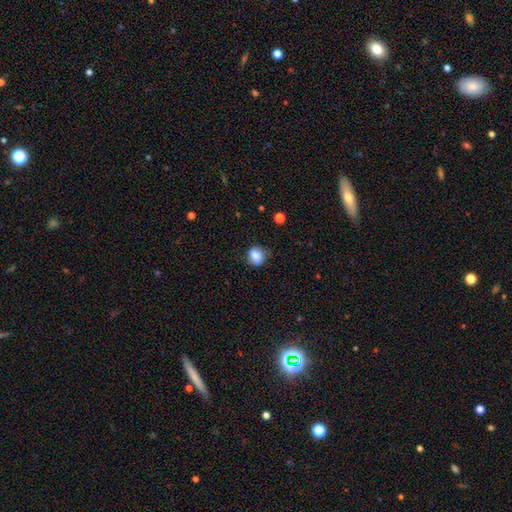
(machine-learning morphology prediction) smooth_or_featured: smooth (p=0.82) [alt: star or artifact p=0.09]
how_rounded: round (p=0.69) [alt: in between p=0.30]
merging: none (p=0.76) [alt: minor disturbance p=0.18]